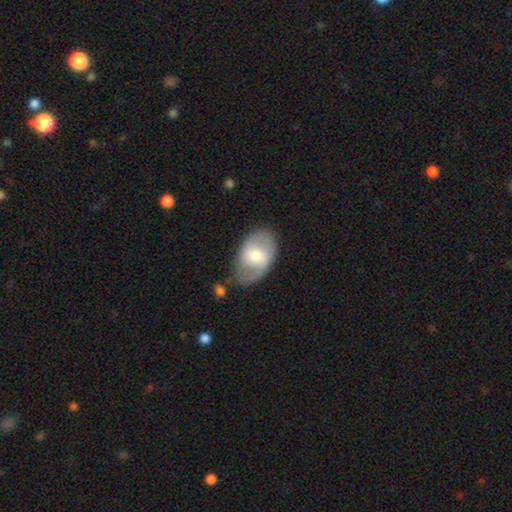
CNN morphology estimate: Q: Smooth or featured?
A: smooth (50%); runner-up: featured or disk (44%)
Q: How rounded?
A: in between (88%); runner-up: round (11%)
Q: Merging?
A: none (69%); runner-up: minor disturbance (21%)